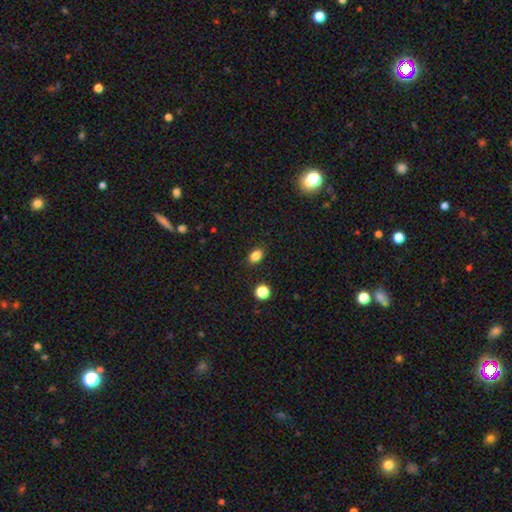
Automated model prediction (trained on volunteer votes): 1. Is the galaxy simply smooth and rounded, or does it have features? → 84% smooth, 11% star or artifact, 5% featured or disk.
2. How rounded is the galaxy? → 79% in between, 19% round, 2% cigar-shaped.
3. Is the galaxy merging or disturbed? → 88% none, 9% minor disturbance, 2% major disturbance, 2% merger.